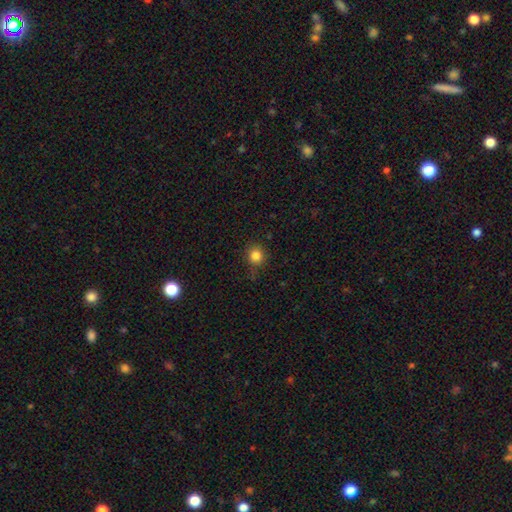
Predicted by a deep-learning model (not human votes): Overall: smooth (83%). How rounded: round (89%). Merging: none (83%).